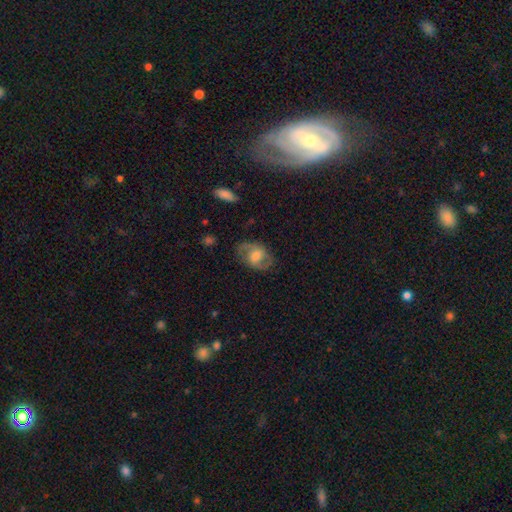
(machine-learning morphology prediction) The model was most divided on "bar": no: 43%, weak: 42%, strong: 15%. Remaining: edge-on disk — no (95%); merging — none (75%); spiral arms — yes (73%); smooth or featured — featured or disk (59%); bulge size — moderate (47%).